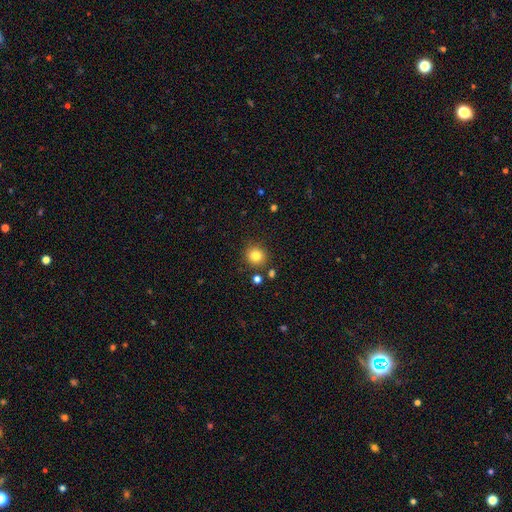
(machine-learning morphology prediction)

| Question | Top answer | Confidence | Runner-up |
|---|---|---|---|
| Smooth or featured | smooth | 81% | star or artifact (12%) |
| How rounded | round | 90% | in between (9%) |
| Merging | none | 86% | minor disturbance (8%) |